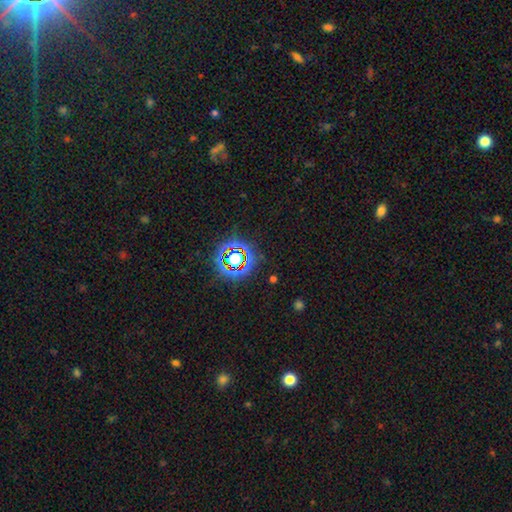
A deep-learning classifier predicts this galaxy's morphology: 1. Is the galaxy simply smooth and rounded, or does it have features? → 77% star or artifact, 15% smooth, 8% featured or disk.